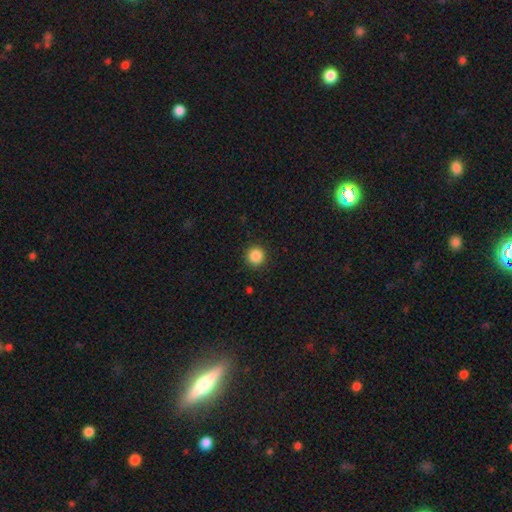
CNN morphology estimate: Smooth or featured: smooth — 87% (star or artifact — 10%)
How rounded: round — 94% (in between — 5%)
Merging: none — 91% (minor disturbance — 6%)